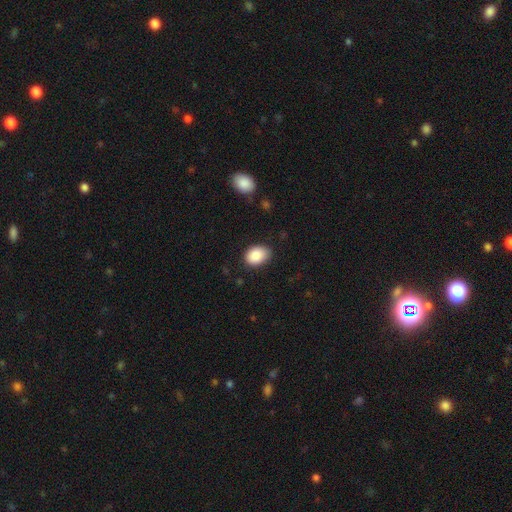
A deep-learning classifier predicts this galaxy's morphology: A smooth galaxy with no disk features (88%) that is in between round and cigar-shaped (77%).

Vote fractions:
- Smooth or featured? smooth: 88% / star or artifact: 7% / featured or disk: 4%
- How rounded? in between: 77% / round: 22% / cigar-shaped: 1%
- Merging? none: 80% / minor disturbance: 15% / major disturbance: 3% / merger: 1%